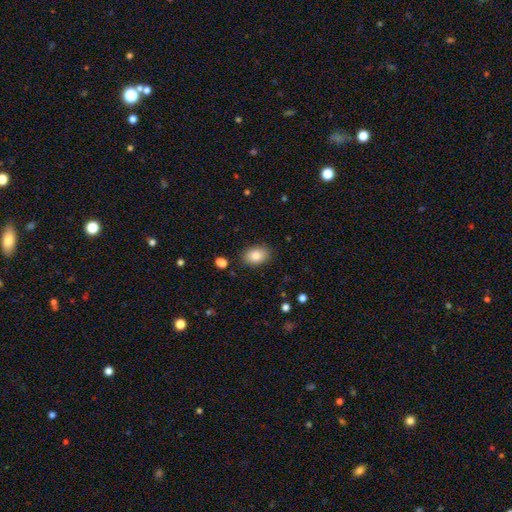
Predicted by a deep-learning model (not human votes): smooth_or_featured: smooth (p=0.84) [alt: star or artifact p=0.08]
how_rounded: in between (p=0.79) [alt: round p=0.20]
merging: none (p=0.86) [alt: minor disturbance p=0.10]